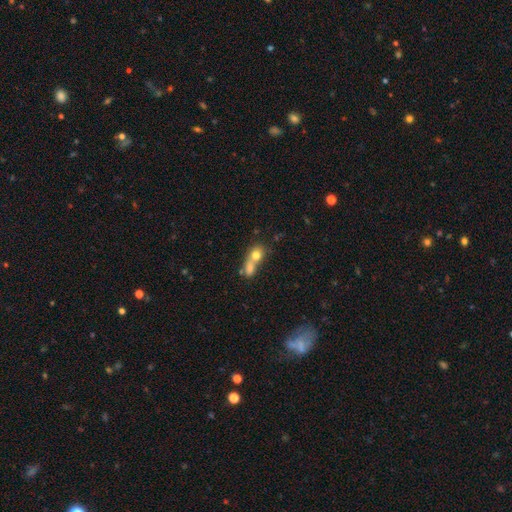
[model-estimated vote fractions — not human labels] smooth 73%, featured or disk 16%, star or artifact 10%. Down the decision tree: how rounded — round (54%); merging — merger (65%).